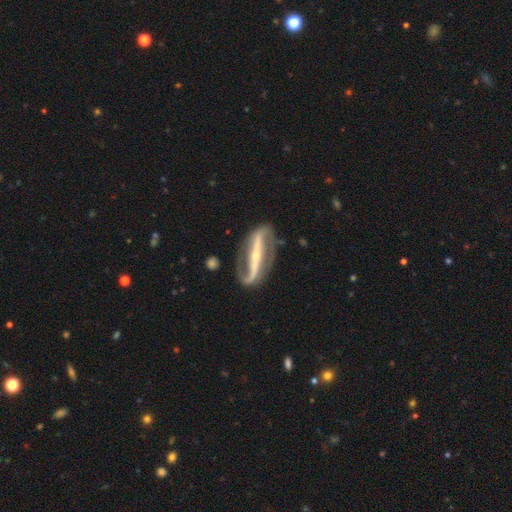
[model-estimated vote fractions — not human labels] smooth_or_featured: featured or disk (p=0.90) [alt: smooth p=0.06]
disk_edge_on: no (p=0.83) [alt: yes p=0.17]
bar: strong (p=0.78) [alt: no p=0.11]
has_spiral_arms: yes (p=0.93) [alt: no p=0.07]
spiral_winding: loose (p=0.48) [alt: medium p=0.34]
spiral_arm_count: 2 (p=0.91) [alt: 1 p=0.04]
bulge_size: small (p=0.68) [alt: moderate p=0.27]
merging: none (p=0.77) [alt: minor disturbance p=0.14]